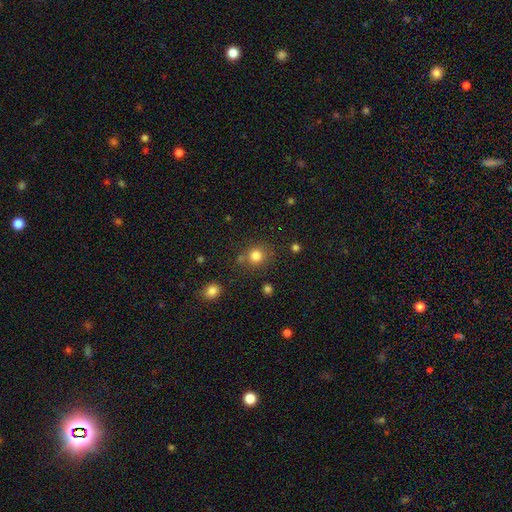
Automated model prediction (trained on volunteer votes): A smooth galaxy with no disk features (81%) that is round (87%). Merging: none (75%).